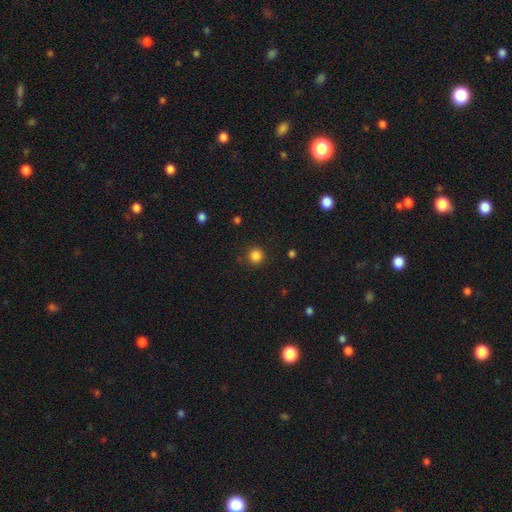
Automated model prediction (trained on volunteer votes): Smooth or featured?
  - smooth: 84% *
  - star or artifact: 12%
  - featured or disk: 4%
How rounded?
  - round: 94% *
  - in between: 5%
  - cigar-shaped: 1%
Merging?
  - none: 88% *
  - minor disturbance: 8%
  - major disturbance: 3%
  - merger: 1%